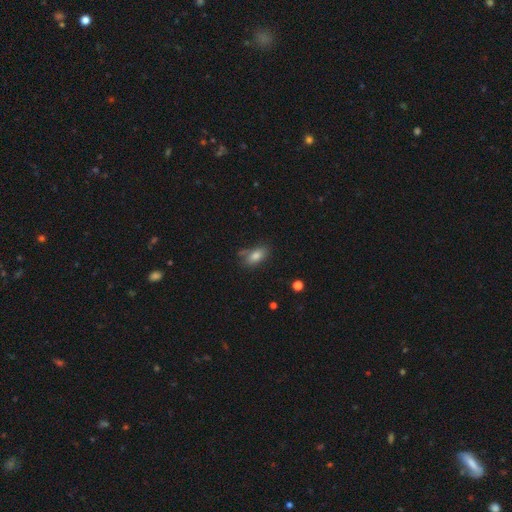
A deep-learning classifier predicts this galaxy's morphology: Smooth or featured?
  - smooth: 80% *
  - featured or disk: 11%
  - star or artifact: 10%
How rounded?
  - in between: 87% *
  - cigar-shaped: 7%
  - round: 7%
Merging?
  - none: 62% *
  - minor disturbance: 23%
  - merger: 8%
  - major disturbance: 7%